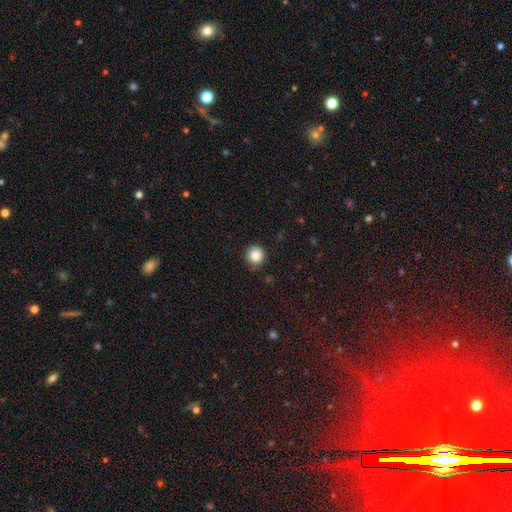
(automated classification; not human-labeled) Q: Smooth or featured?
A: smooth (85%); runner-up: star or artifact (10%)
Q: How rounded?
A: round (93%); runner-up: in between (6%)
Q: Merging?
A: none (87%); runner-up: minor disturbance (10%)